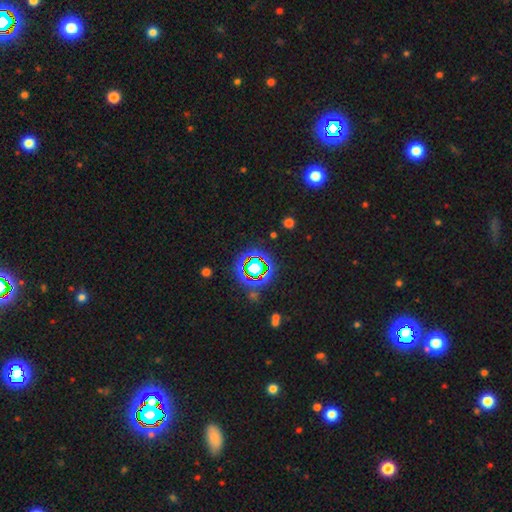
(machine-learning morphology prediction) star or artifact 77%, smooth 13%, featured or disk 10%.